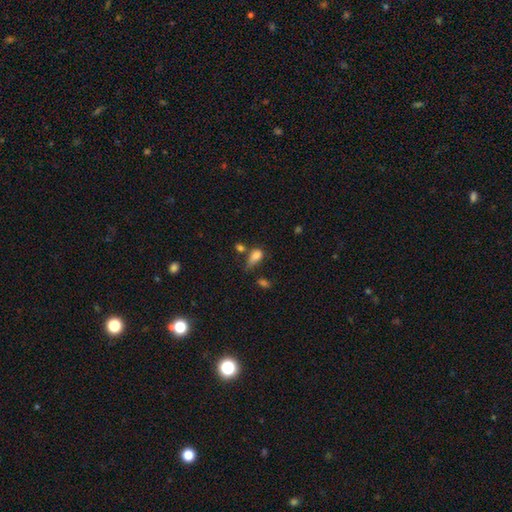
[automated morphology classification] A smooth galaxy with no disk features (79%) that is in between round and cigar-shaped (81%).

Vote fractions:
- Smooth or featured? smooth: 79% / star or artifact: 11% / featured or disk: 10%
- How rounded? in between: 81% / round: 13% / cigar-shaped: 6%
- Merging? none: 31% / minor disturbance: 27% / major disturbance: 21% / merger: 20%